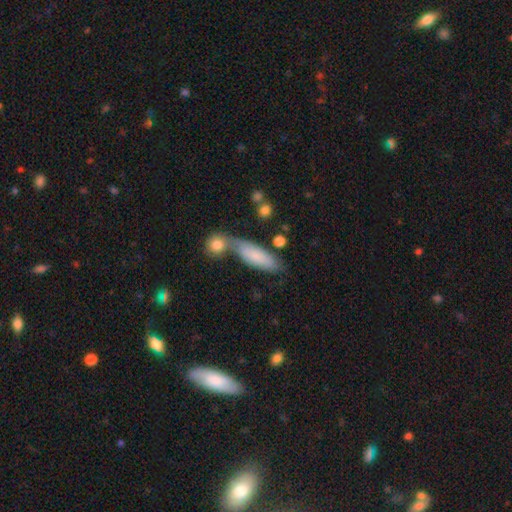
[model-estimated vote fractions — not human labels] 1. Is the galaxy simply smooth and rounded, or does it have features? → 78% smooth, 15% featured or disk, 7% star or artifact.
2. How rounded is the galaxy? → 58% in between, 40% cigar-shaped, 3% round.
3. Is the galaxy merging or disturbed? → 49% none, 29% merger, 16% minor disturbance, 6% major disturbance.